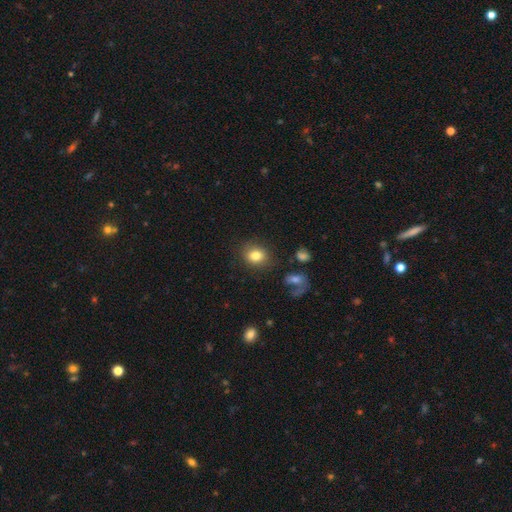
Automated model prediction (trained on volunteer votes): smooth-or-featured: smooth: 82% | star or artifact: 10% | featured or disk: 8%
  how-rounded: round: 50% | in between: 49% | cigar-shaped: 1%
  merging: none: 81% | minor disturbance: 12% | major disturbance: 4% | merger: 2%